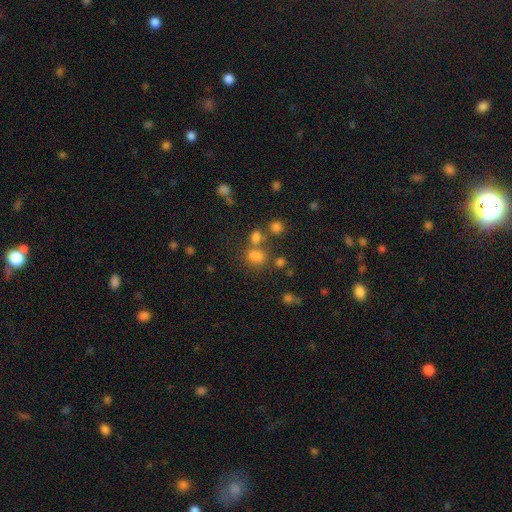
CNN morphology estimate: Smooth or featured: smooth — 72% (star or artifact — 19%)
How rounded: in between — 51% (round — 48%)
Merging: none — 54% (merger — 26%)